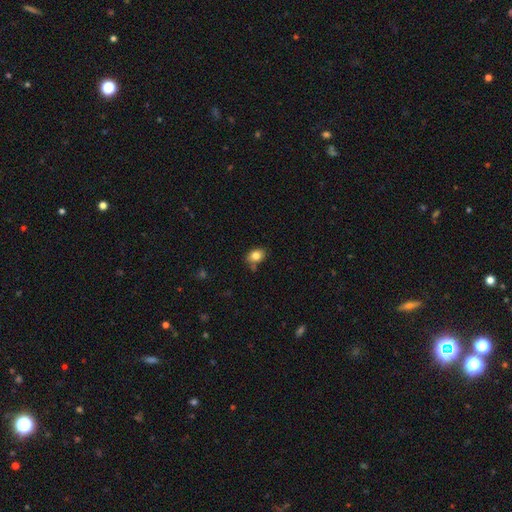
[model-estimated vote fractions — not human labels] smooth 82%, star or artifact 10%, featured or disk 8%. Down the decision tree: how rounded — in between (62%); merging — none (73%).